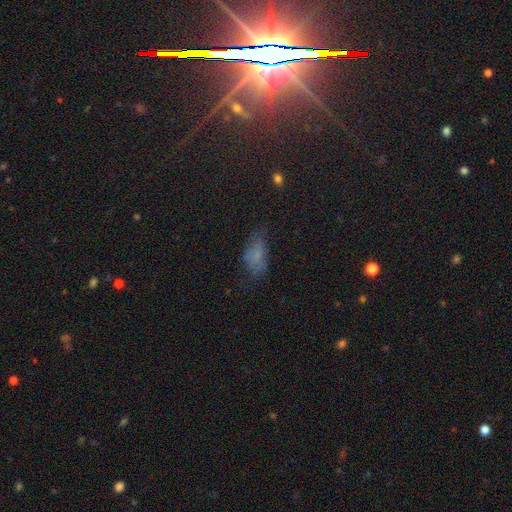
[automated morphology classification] Smooth or featured?
  - smooth: 65% *
  - star or artifact: 18%
  - featured or disk: 17%
How rounded?
  - in between: 90% *
  - round: 6%
  - cigar-shaped: 4%
Merging?
  - none: 45% *
  - minor disturbance: 32%
  - major disturbance: 21%
  - merger: 3%